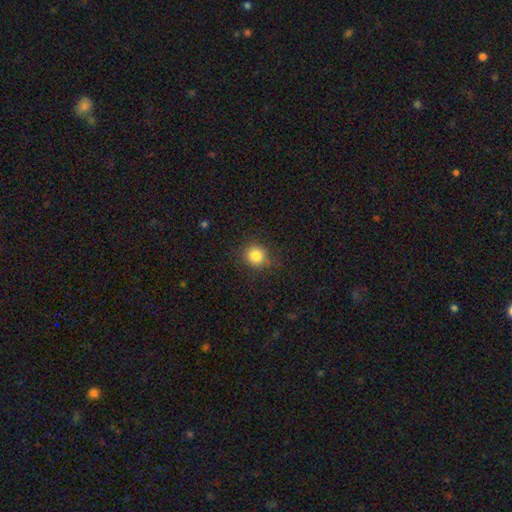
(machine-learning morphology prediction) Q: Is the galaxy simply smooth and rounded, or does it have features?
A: smooth — 84%.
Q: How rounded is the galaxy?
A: round — 86%.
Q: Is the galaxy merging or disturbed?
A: none — 85%.